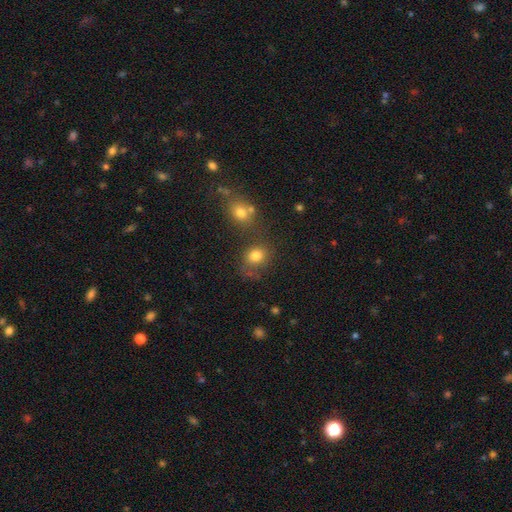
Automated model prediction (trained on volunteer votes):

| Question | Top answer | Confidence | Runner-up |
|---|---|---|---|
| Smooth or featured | smooth | 78% | star or artifact (14%) |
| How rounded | round | 68% | in between (31%) |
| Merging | none | 60% | merger (17%) |